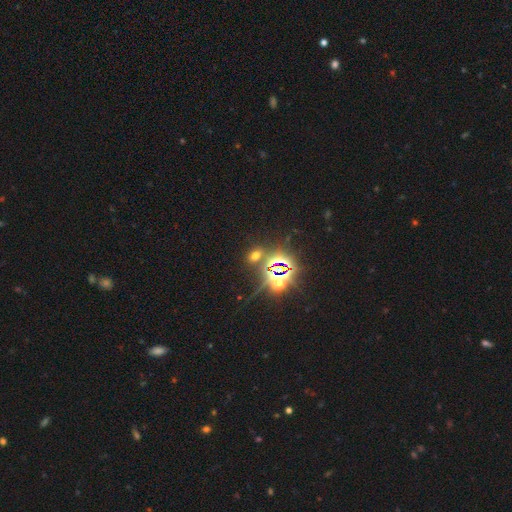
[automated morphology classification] A star or artifact, not a galaxy (52%).